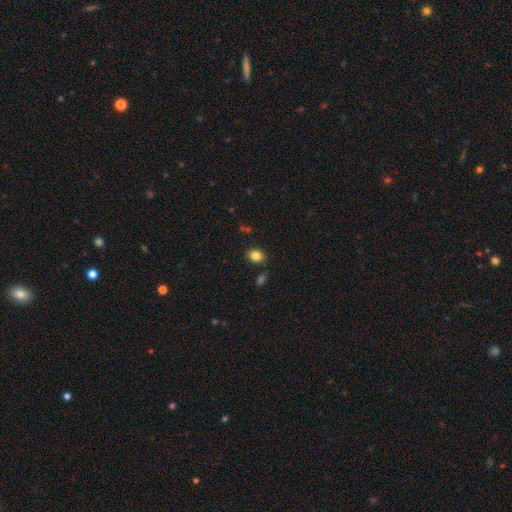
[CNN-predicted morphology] Q: Smooth or featured?
A: smooth (83%); runner-up: star or artifact (10%)
Q: How rounded?
A: round (50%); runner-up: in between (49%)
Q: Merging?
A: none (86%); runner-up: minor disturbance (9%)